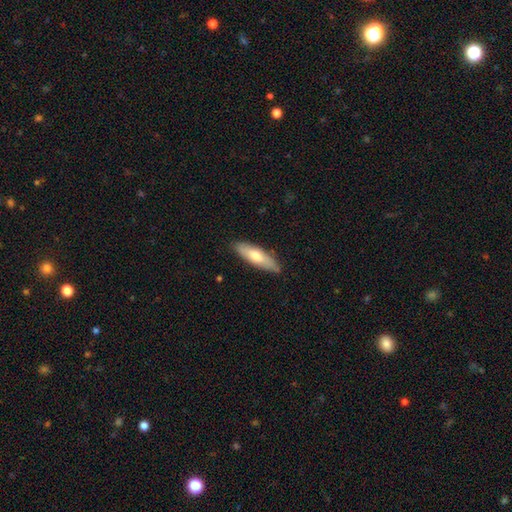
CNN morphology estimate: A smooth galaxy with no disk features (64%) that is cigar-shaped (59%). Merging: none (85%).